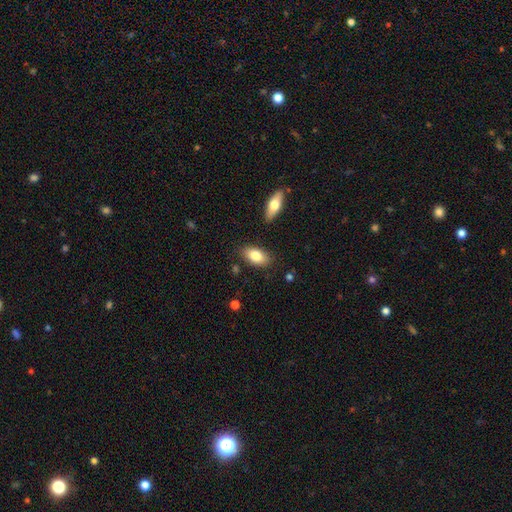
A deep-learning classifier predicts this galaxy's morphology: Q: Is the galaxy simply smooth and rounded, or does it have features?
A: smooth — 80%.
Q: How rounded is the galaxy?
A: in between — 92%.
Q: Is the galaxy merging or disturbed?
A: none — 83%.